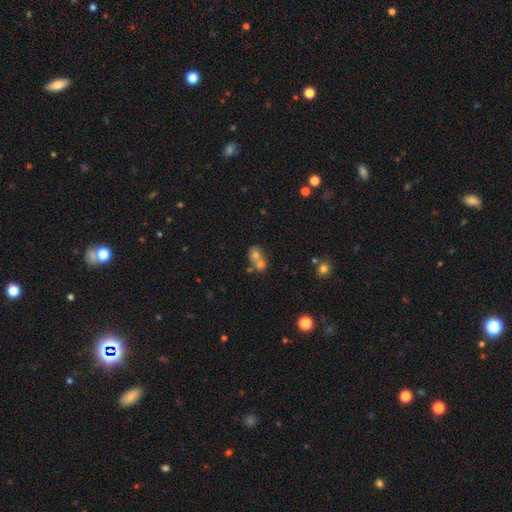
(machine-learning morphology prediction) Smooth or featured: smooth — 65% (featured or disk — 21%)
How rounded: round — 58% (in between — 41%)
Merging: merger — 68% (none — 23%)